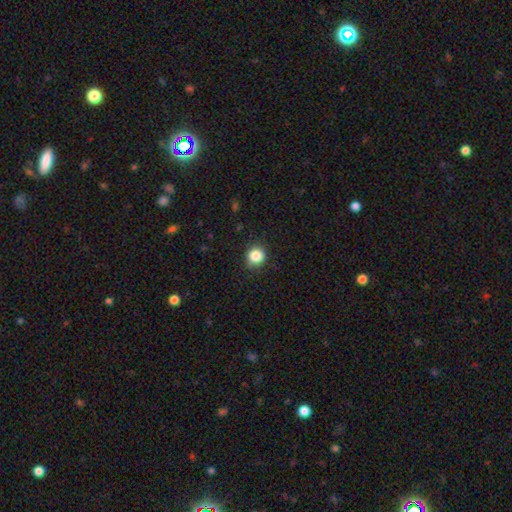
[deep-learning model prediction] A smooth galaxy with no disk features (86%) that is round (86%). Merging: none (85%).